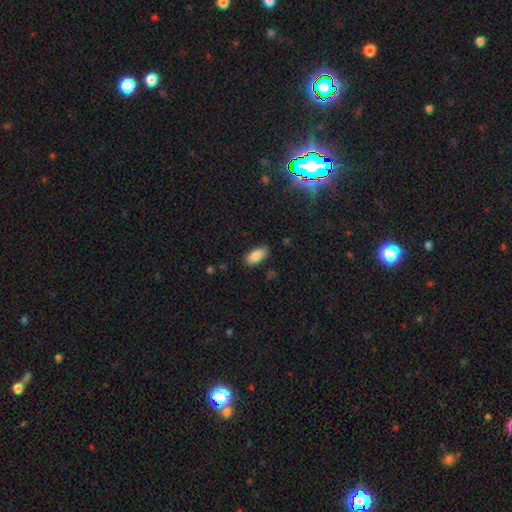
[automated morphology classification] Q: Smooth or featured?
A: smooth (85%); runner-up: star or artifact (8%)
Q: How rounded?
A: in between (92%); runner-up: cigar-shaped (6%)
Q: Merging?
A: none (84%); runner-up: minor disturbance (12%)